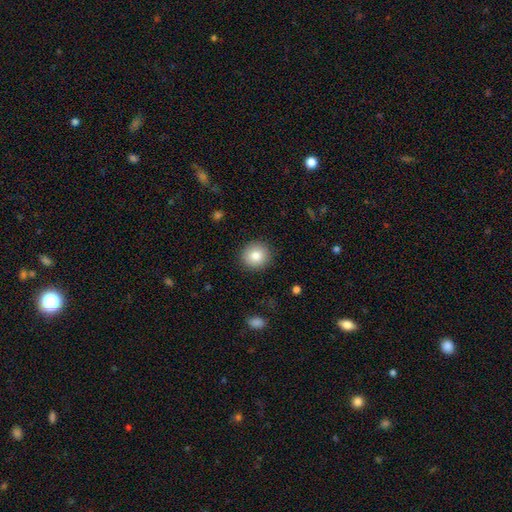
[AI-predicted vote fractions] Q: Smooth or featured?
A: smooth (83%); runner-up: star or artifact (9%)
Q: How rounded?
A: round (91%); runner-up: in between (8%)
Q: Merging?
A: none (91%); runner-up: minor disturbance (6%)